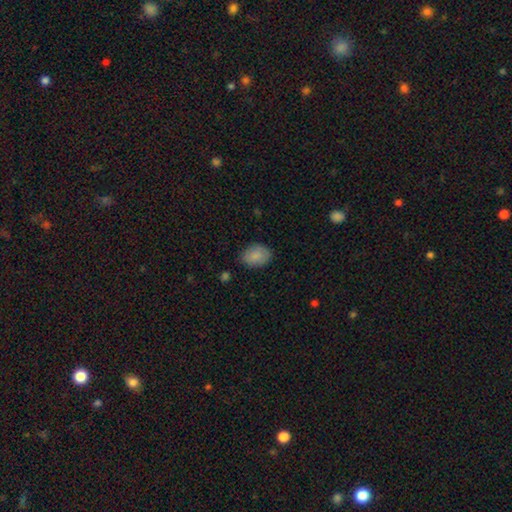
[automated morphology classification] A smooth galaxy with no disk features (86%) that is in between round and cigar-shaped (74%). Merging: none (80%).